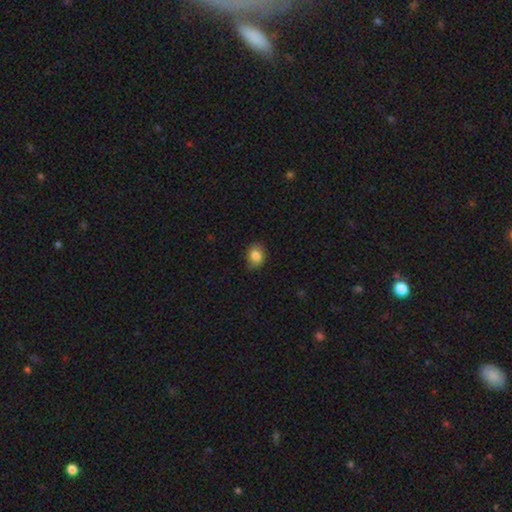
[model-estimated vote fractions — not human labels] Q: Smooth or featured?
A: smooth (84%); runner-up: star or artifact (9%)
Q: How rounded?
A: in between (54%); runner-up: round (45%)
Q: Merging?
A: none (83%); runner-up: minor disturbance (14%)